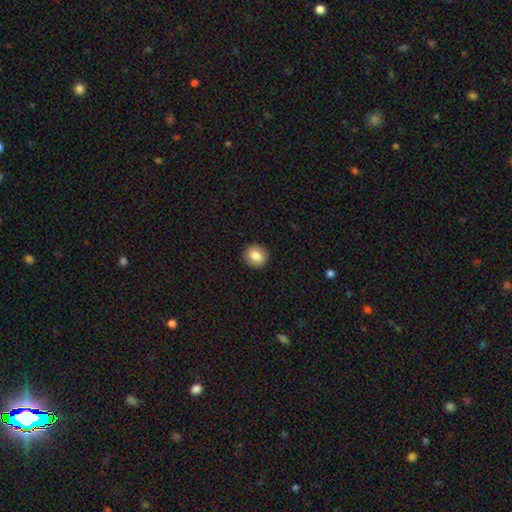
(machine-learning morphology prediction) Smooth or featured?
  - smooth: 82% *
  - featured or disk: 10%
  - star or artifact: 8%
How rounded?
  - round: 85% *
  - in between: 14%
  - cigar-shaped: 1%
Merging?
  - none: 92% *
  - minor disturbance: 5%
  - major disturbance: 2%
  - merger: 1%